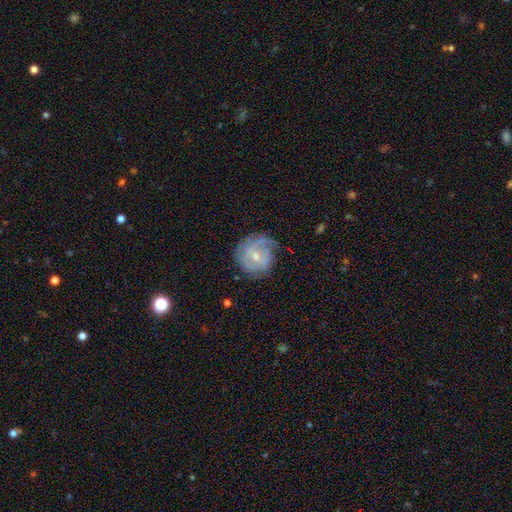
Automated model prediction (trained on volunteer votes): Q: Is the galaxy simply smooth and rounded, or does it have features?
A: featured or disk — 65%.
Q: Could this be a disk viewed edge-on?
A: no — 97%.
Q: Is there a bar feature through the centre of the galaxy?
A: no — 61%.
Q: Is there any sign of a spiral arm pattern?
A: yes — 77%.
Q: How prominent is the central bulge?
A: small — 57%.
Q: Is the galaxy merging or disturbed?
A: none — 57%.